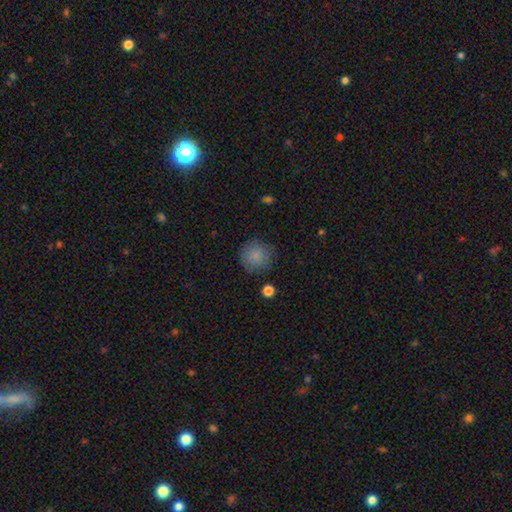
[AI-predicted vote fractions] Q: Smooth or featured?
A: smooth (85%); runner-up: star or artifact (9%)
Q: How rounded?
A: round (93%); runner-up: in between (6%)
Q: Merging?
A: none (83%); runner-up: minor disturbance (12%)